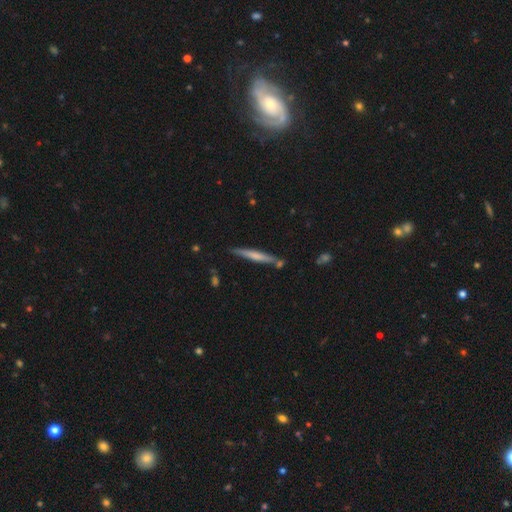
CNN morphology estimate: A smooth galaxy with no disk features (51%) that is cigar-shaped (95%).

Vote fractions:
- Smooth or featured? smooth: 51% / featured or disk: 43% / star or artifact: 6%
- How rounded? cigar-shaped: 95% / in between: 3% / round: 1%
- Merging? none: 80% / minor disturbance: 12% / merger: 6% / major disturbance: 2%